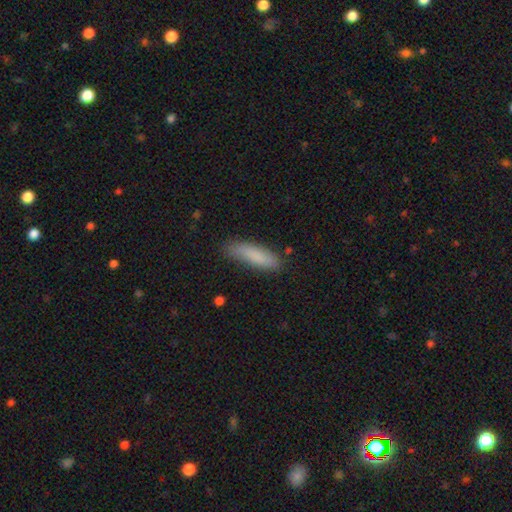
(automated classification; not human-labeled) Smooth or featured?
  - smooth: 84% *
  - featured or disk: 10%
  - star or artifact: 6%
How rounded?
  - cigar-shaped: 69% *
  - in between: 30%
  - round: 1%
Merging?
  - none: 74% *
  - minor disturbance: 20%
  - major disturbance: 4%
  - merger: 2%